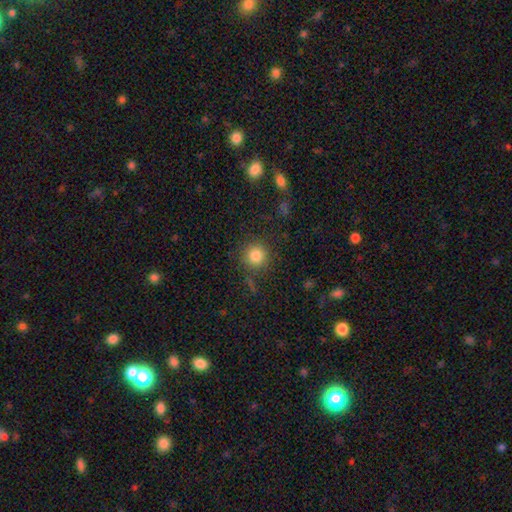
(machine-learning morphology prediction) Overall: smooth (82%). How rounded: round (94%). Merging: none (85%).